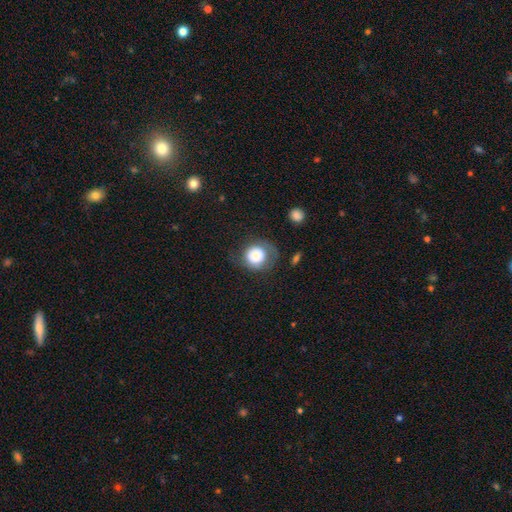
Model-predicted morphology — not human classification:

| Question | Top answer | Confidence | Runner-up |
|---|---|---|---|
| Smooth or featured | smooth | 65% | featured or disk (26%) |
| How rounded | round | 85% | in between (14%) |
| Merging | none | 60% | minor disturbance (20%) |